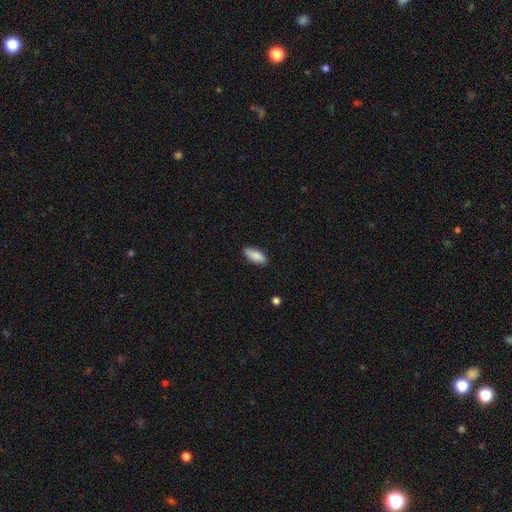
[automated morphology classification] A smooth galaxy with no disk features (86%) that is in between round and cigar-shaped (79%).

Vote fractions:
- Smooth or featured? smooth: 86% / featured or disk: 8% / star or artifact: 6%
- How rounded? in between: 79% / cigar-shaped: 19% / round: 2%
- Merging? none: 86% / minor disturbance: 11% / major disturbance: 2% / merger: 1%